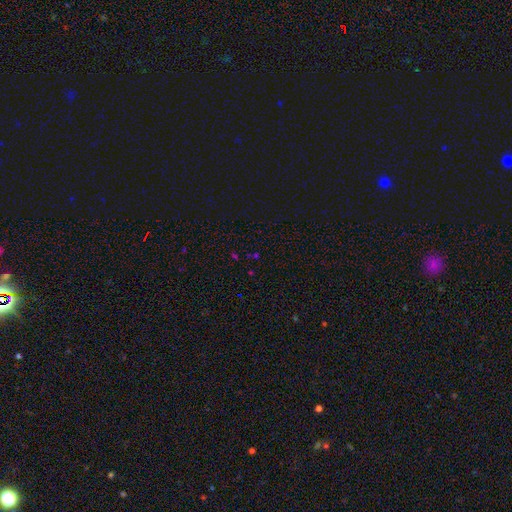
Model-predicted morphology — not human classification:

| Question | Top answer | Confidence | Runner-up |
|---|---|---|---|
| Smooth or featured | star or artifact | 61% | smooth (32%) |